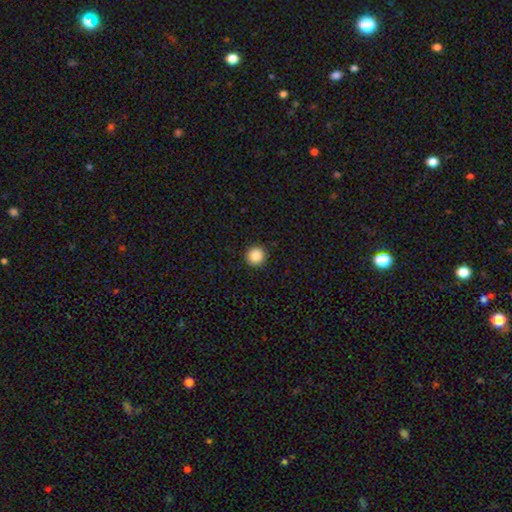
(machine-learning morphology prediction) A smooth galaxy with no disk features (87%) that is round (96%).

Vote fractions:
- Smooth or featured? smooth: 87% / star or artifact: 9% / featured or disk: 3%
- How rounded? round: 96% / in between: 3% / cigar-shaped: 1%
- Merging? none: 93% / minor disturbance: 5% / major disturbance: 2% / merger: 1%